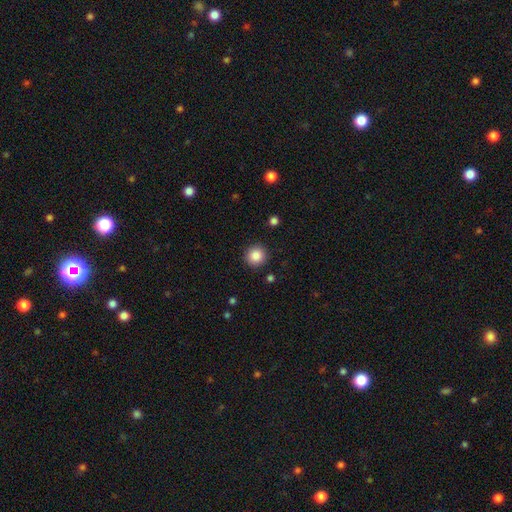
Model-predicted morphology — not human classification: Smooth or featured?
  - smooth: 87% *
  - star or artifact: 9%
  - featured or disk: 4%
How rounded?
  - round: 94% *
  - in between: 5%
  - cigar-shaped: 1%
Merging?
  - none: 91% *
  - minor disturbance: 6%
  - major disturbance: 2%
  - merger: 1%